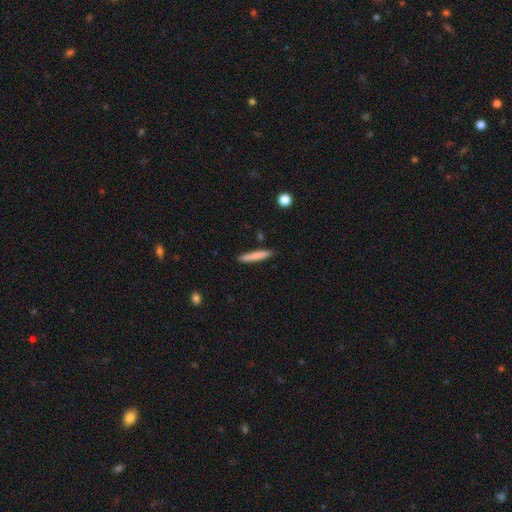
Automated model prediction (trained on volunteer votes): Morphology: type=smooth (80%); roundness=cigar-shaped (94%); merging=none (88%).